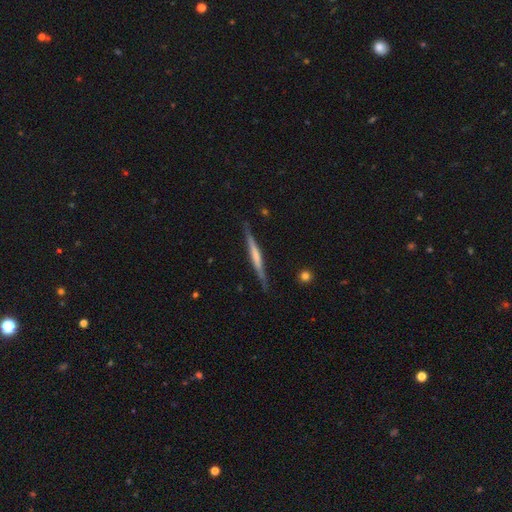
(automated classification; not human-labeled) This appears to be a featured or disk galaxy (60%) viewed edge-on (97%) with no central bulge (50%). Merging: none (83%).